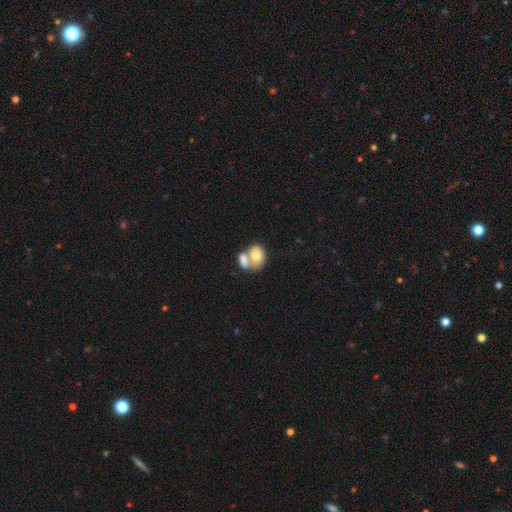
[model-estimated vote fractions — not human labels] A smooth galaxy with no disk features (69%) that is in between round and cigar-shaped (61%).

Vote fractions:
- Smooth or featured? smooth: 69% / featured or disk: 24% / star or artifact: 7%
- How rounded? in between: 61% / round: 38% / cigar-shaped: 1%
- Merging? merger: 67% / none: 19% / minor disturbance: 8% / major disturbance: 5%